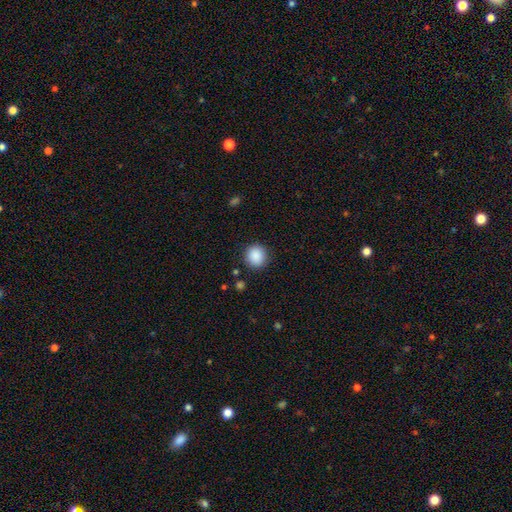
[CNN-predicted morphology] smooth_or_featured: smooth (p=0.89) [alt: star or artifact p=0.08]
how_rounded: round (p=0.86) [alt: in between p=0.13]
merging: none (p=0.89) [alt: minor disturbance p=0.07]